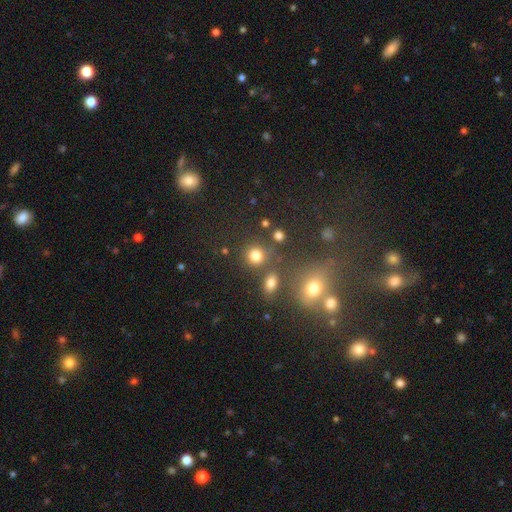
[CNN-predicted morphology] smooth_or_featured: smooth (p=0.79) [alt: star or artifact p=0.15]
how_rounded: round (p=0.82) [alt: in between p=0.16]
merging: none (p=0.72) [alt: merger p=0.13]